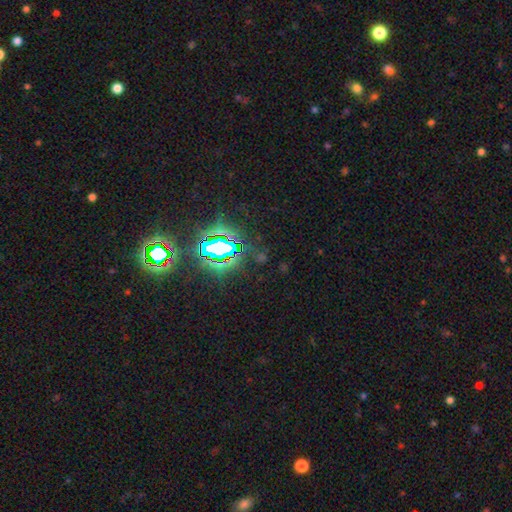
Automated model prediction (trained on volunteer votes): star or artifact 82%, smooth 11%, featured or disk 7%.